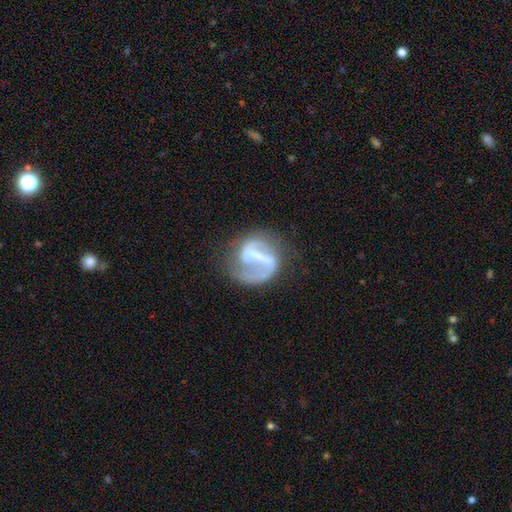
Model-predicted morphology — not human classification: Smooth or featured: featured or disk — 77% (smooth — 15%)
Edge-on disk: no — 97% (yes — 3%)
Bar: strong — 61% (weak — 27%)
Spiral arms: yes — 75% (no — 25%)
Spiral winding: loose — 43% (medium — 37%)
Spiral arm count: 2 — 55% (1 — 34%)
Bulge size: none — 48% (small — 32%)
Merging: none — 50% (major disturbance — 26%)